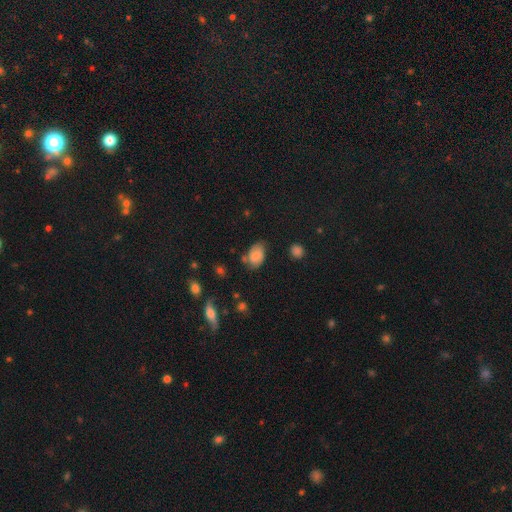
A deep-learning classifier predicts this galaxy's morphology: Smooth or featured: smooth — 76% (featured or disk — 14%)
How rounded: in between — 86% (round — 12%)
Merging: none — 59% (minor disturbance — 28%)